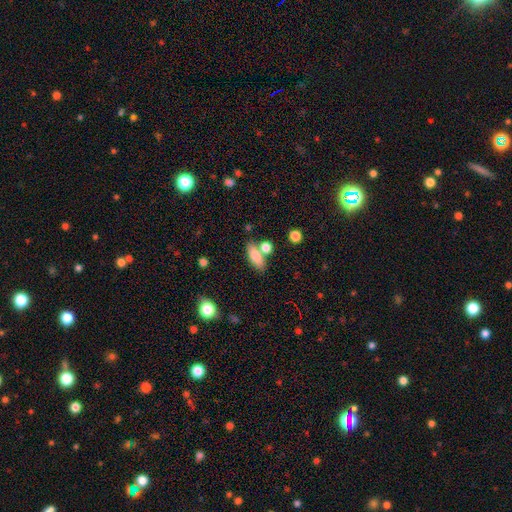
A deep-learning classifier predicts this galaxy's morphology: Smooth or featured? smooth (82%)
How rounded? in between (74%)
Merging? none (60%)